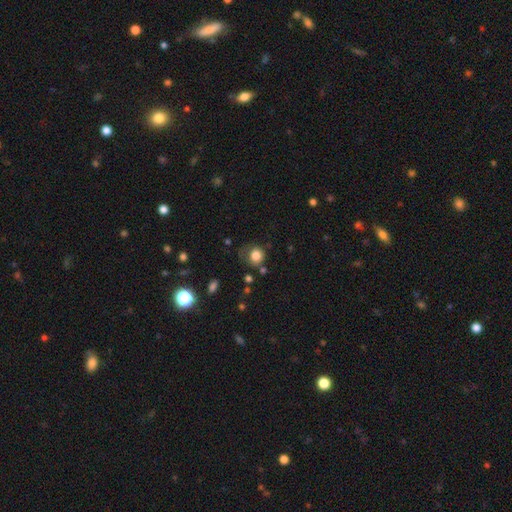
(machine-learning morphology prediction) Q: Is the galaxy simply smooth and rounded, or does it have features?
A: smooth — 80%.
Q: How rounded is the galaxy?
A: round — 82%.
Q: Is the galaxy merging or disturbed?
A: none — 58%.